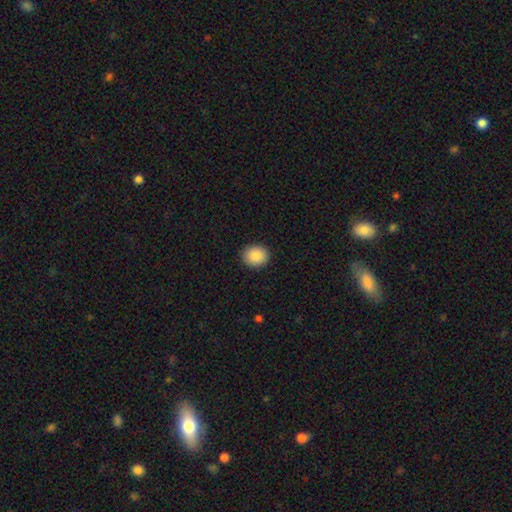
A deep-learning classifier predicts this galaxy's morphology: A smooth galaxy with no disk features (88%) that is round (66%). Merging: none (91%).